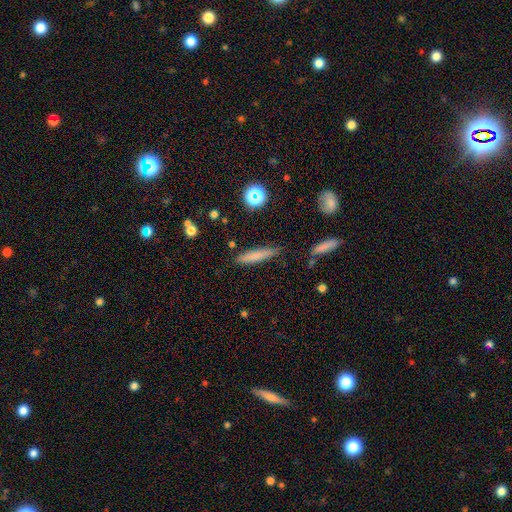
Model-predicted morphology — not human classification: Overall: smooth (76%). How rounded: cigar-shaped (85%). Merging: none (81%).